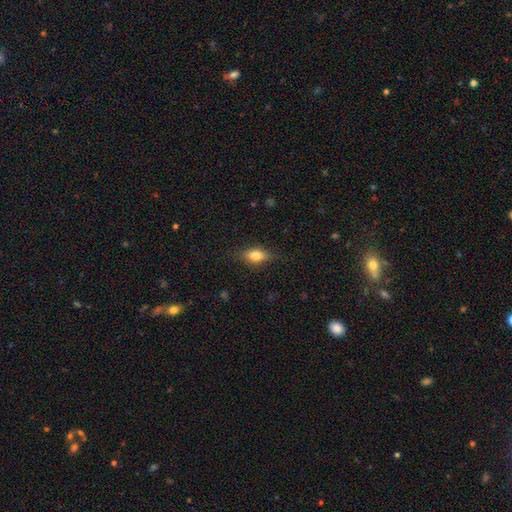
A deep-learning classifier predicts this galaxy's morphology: smooth 73%, featured or disk 19%, star or artifact 8%. Down the decision tree: how rounded — in between (78%); merging — none (81%).